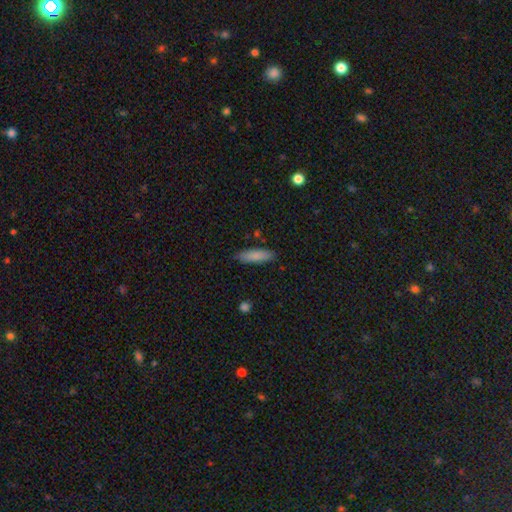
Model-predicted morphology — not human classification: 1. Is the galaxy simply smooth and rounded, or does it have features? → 85% smooth, 9% featured or disk, 6% star or artifact.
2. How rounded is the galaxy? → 55% cigar-shaped, 43% in between, 2% round.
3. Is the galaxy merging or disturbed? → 86% none, 10% minor disturbance, 2% major disturbance, 2% merger.